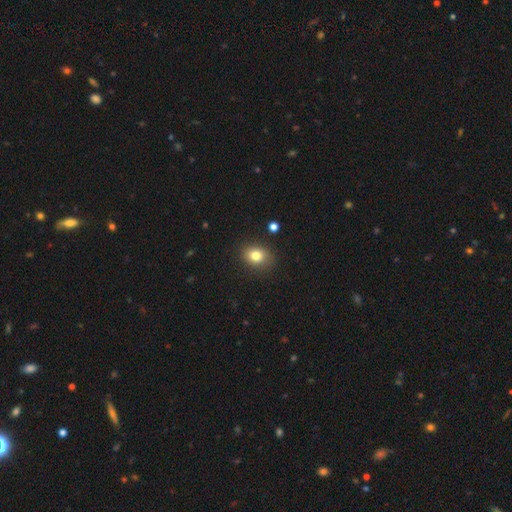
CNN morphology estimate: This appears to be a smooth galaxy with no disk features (80%) that is in between round and cigar-shaped (52%). Merging: none (85%).